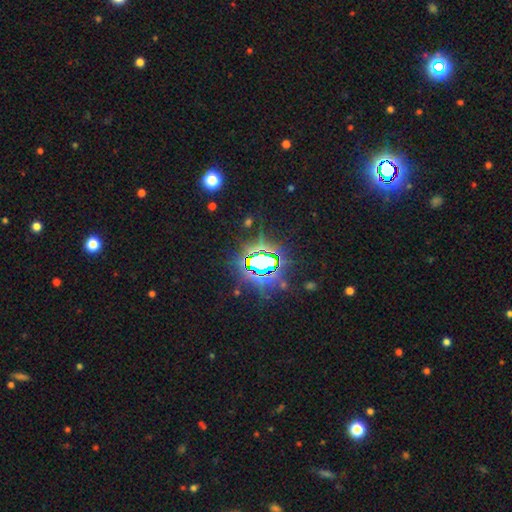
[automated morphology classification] Q: Smooth or featured?
A: star or artifact (81%); runner-up: smooth (10%)